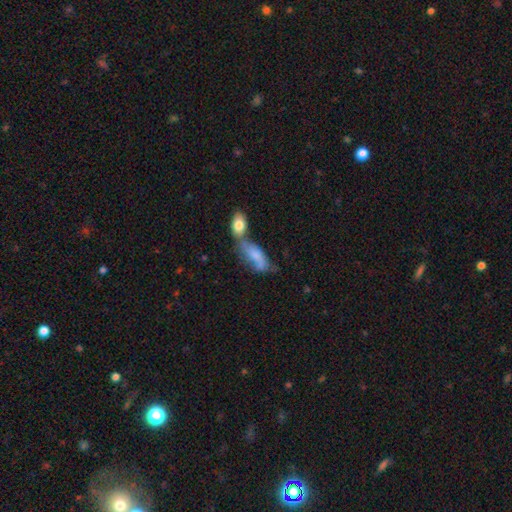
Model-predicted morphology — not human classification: A smooth galaxy with no disk features (63%) that is in between round and cigar-shaped (77%).

Vote fractions:
- Smooth or featured? smooth: 63% / featured or disk: 28% / star or artifact: 9%
- How rounded? in between: 77% / cigar-shaped: 19% / round: 4%
- Merging? merger: 52% / none: 22% / minor disturbance: 15% / major disturbance: 11%